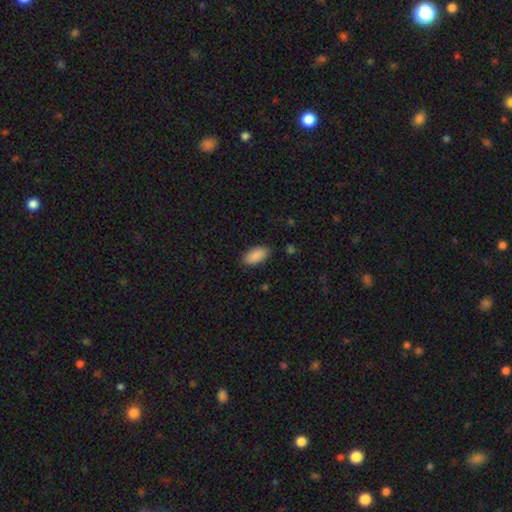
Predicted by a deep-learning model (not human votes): This is clearly a smooth galaxy (88%). How rounded: clearly in between (93%). Merging: clearly none (86%).